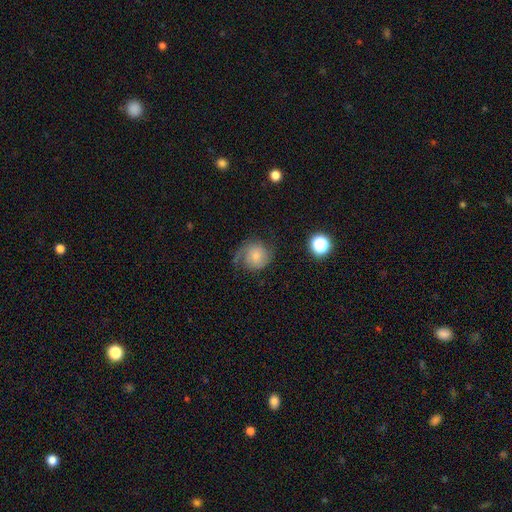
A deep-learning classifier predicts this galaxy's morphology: The model was most divided on "smooth or featured": featured or disk: 50%, smooth: 40%, star or artifact: 10%. More confident: edge-on disk — no (97%); merging — none (53%).